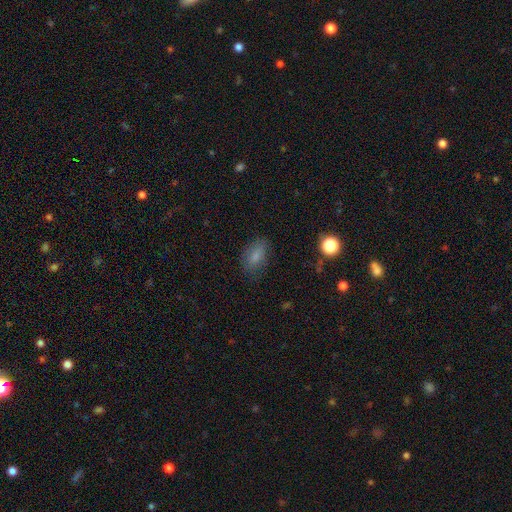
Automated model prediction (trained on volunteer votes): Smooth or featured: smooth — 81% (star or artifact — 10%)
How rounded: in between — 87% (round — 7%)
Merging: none — 75% (minor disturbance — 18%)